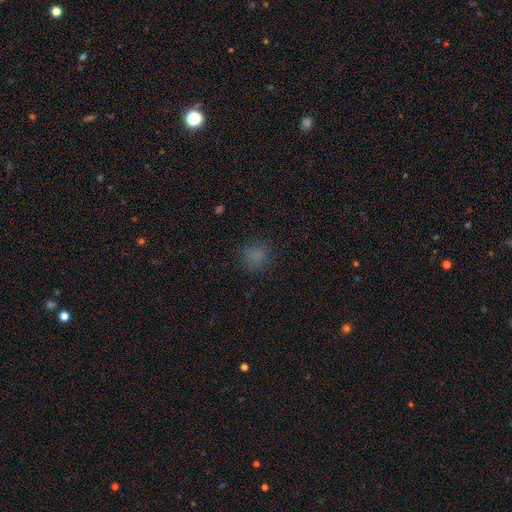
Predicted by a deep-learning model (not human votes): Smooth or featured? Predicted: smooth (p=0.74). How rounded? Predicted: round (p=0.78). Merging? Predicted: none (p=0.78).